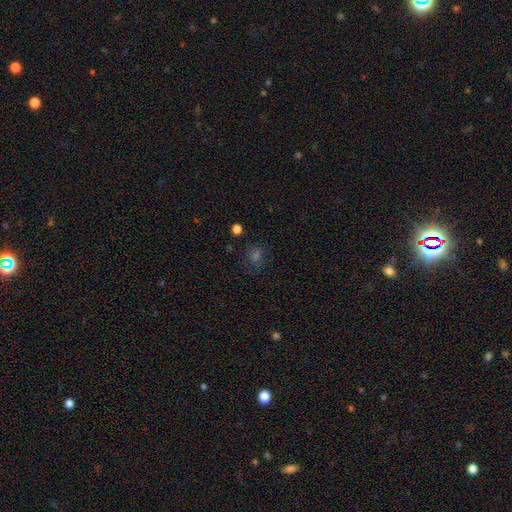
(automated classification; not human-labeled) This appears to be a smooth galaxy with no disk features (52%) that is round (66%). Merging: none (76%).